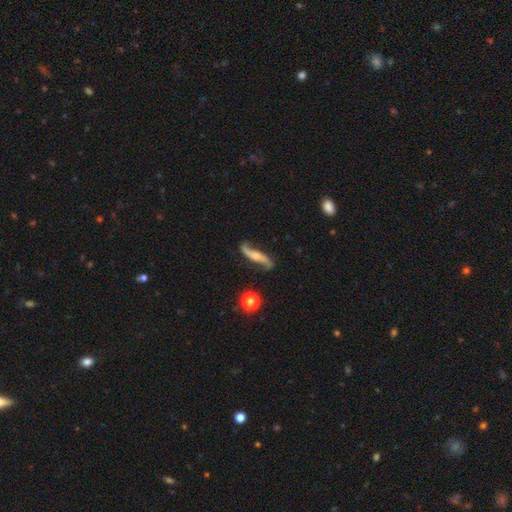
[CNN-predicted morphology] Smooth or featured?
  - featured or disk: 81% *
  - smooth: 13%
  - star or artifact: 6%
Edge-on disk?
  - no: 75% *
  - yes: 25%
Bar?
  - no: 53% *
  - weak: 24%
  - strong: 23%
Spiral arms?
  - yes: 94% *
  - no: 6%
Spiral winding?
  - loose: 87% *
  - medium: 9%
  - tight: 4%
Spiral arm count?
  - 2: 92% *
  - 1: 3%
  - can't tell: 2%
  - 3: 1%
  - 4: 1%
  - more than 4: 1%
Bulge size?
  - small: 44% *
  - moderate: 43%
  - none: 6%
  - large: 5%
  - dominant: 2%
Merging?
  - none: 73% *
  - minor disturbance: 17%
  - major disturbance: 7%
  - merger: 3%